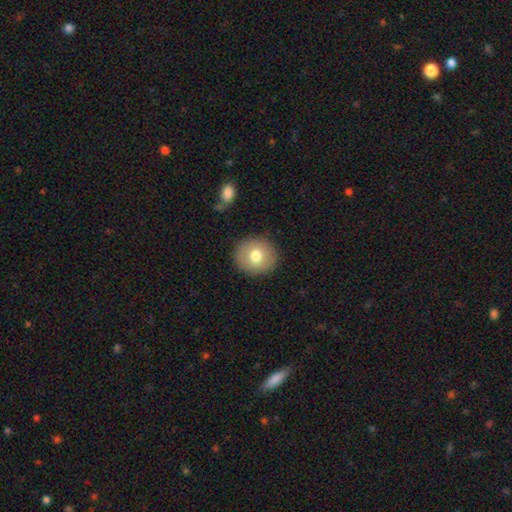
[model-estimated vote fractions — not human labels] This is likely a smooth galaxy (74%). How rounded: clearly round (90%). Merging: clearly none (89%).